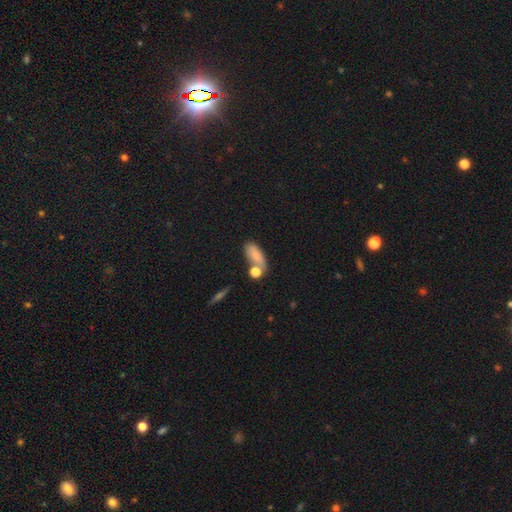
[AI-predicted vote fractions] This appears to be a smooth galaxy with no disk features (78%) that is in between round and cigar-shaped (81%). Merging: none (50%).